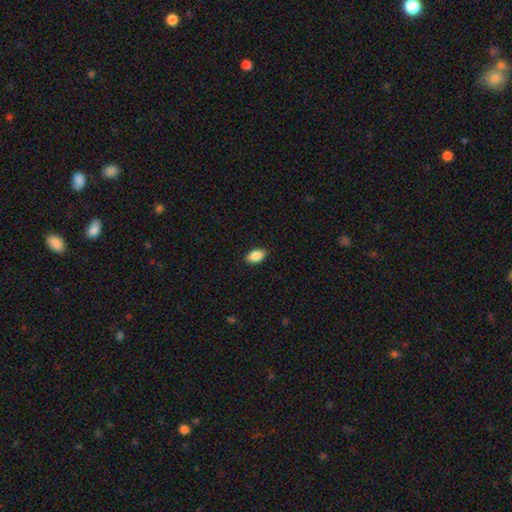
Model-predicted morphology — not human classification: A smooth galaxy with no disk features (88%) that is in between round and cigar-shaped (92%).

Vote fractions:
- Smooth or featured? smooth: 88% / star or artifact: 7% / featured or disk: 5%
- How rounded? in between: 92% / round: 6% / cigar-shaped: 2%
- Merging? none: 88% / minor disturbance: 9% / major disturbance: 2% / merger: 1%